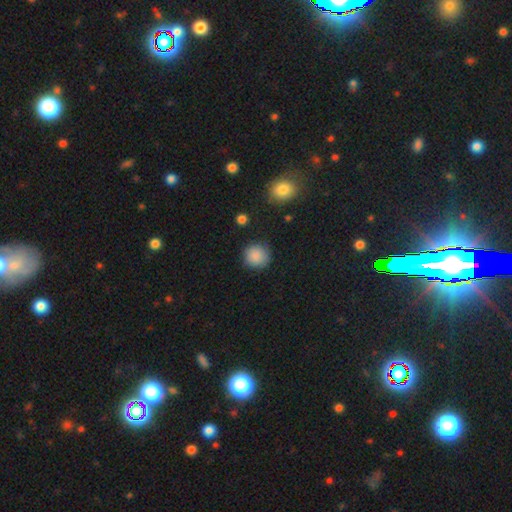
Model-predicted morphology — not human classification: This appears to be a smooth galaxy with no disk features (86%) that is round (92%). Merging: none (85%).